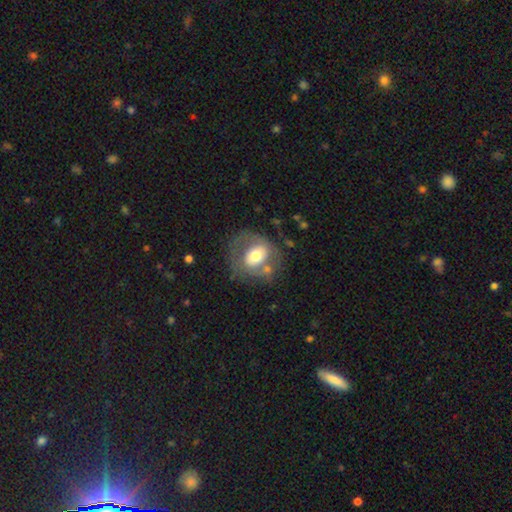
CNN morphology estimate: Q: Smooth or featured?
A: smooth (47%); runner-up: featured or disk (45%)
Q: Merging?
A: none (60%); runner-up: minor disturbance (20%)